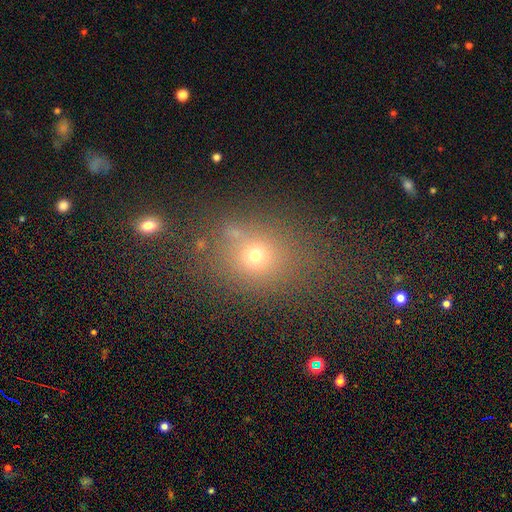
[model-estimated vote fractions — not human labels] The model was most divided on "how rounded": round: 60%, in between: 38%, cigar-shaped: 2%. More confident: merging — none (72%); smooth or featured — smooth (64%).